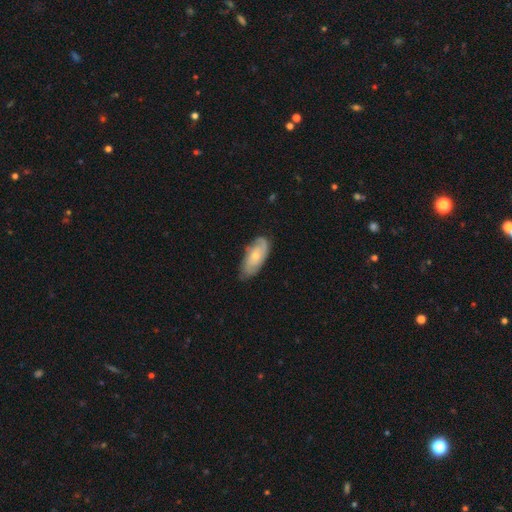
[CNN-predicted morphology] A featured or disk galaxy (62%) with no bar (76%), spiral arms (87%) and a small central bulge (57%). Merging: none (72%).